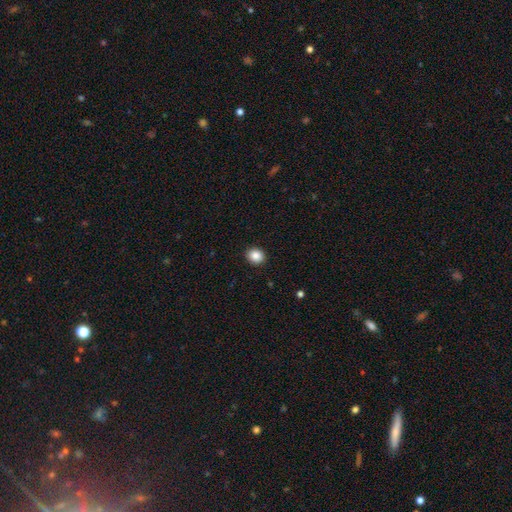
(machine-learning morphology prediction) type=smooth (87%); roundness=round (71%); merging=none (92%).